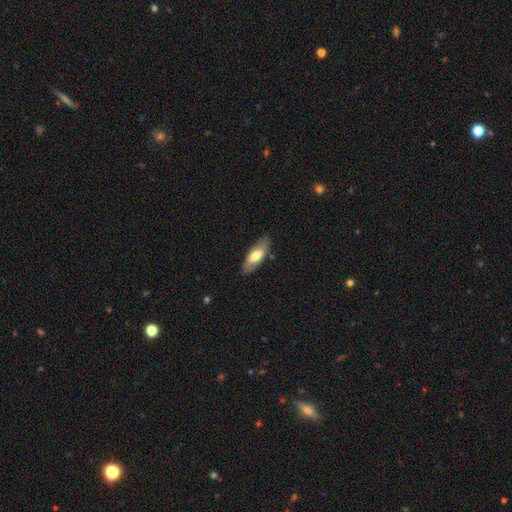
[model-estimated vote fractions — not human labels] This appears to be a smooth galaxy with no disk features (63%) that is in between round and cigar-shaped (73%). Merging: none (83%).